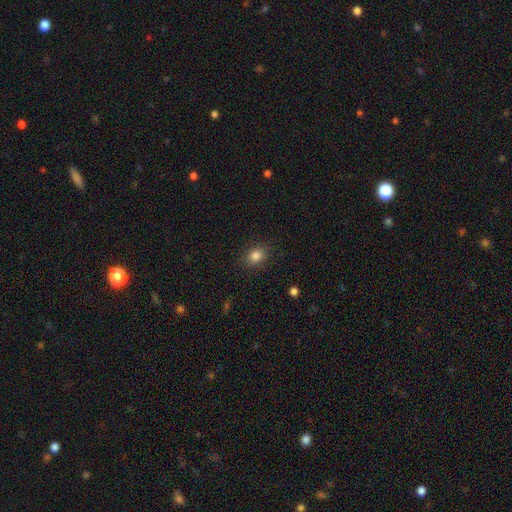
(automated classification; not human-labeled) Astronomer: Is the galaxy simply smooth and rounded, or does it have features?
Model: smooth — 84%.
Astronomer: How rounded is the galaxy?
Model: in between — 58% (runner-up: round, 41%).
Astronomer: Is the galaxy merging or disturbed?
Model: none — 87%.